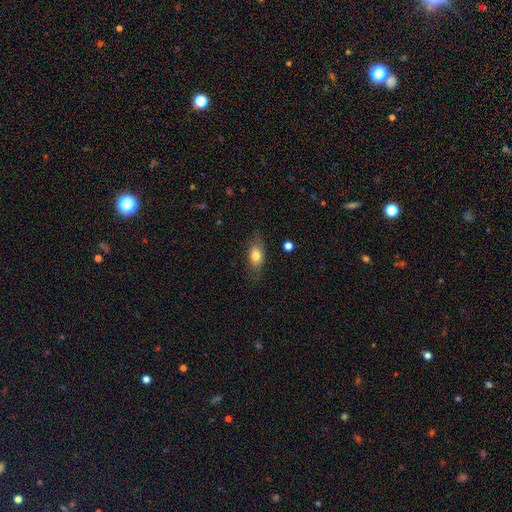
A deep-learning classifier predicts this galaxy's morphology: Overall: smooth (75%). How rounded: in between (82%). Merging: none (76%).